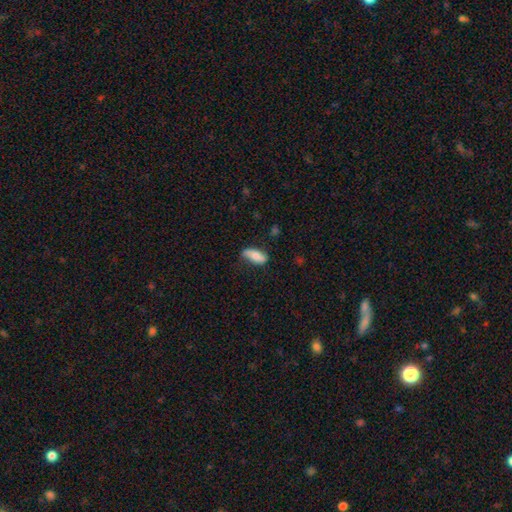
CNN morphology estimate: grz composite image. It shows a smooth galaxy with no disk features (69%) that is in between round and cigar-shaped (81%). Merging: none (63%).